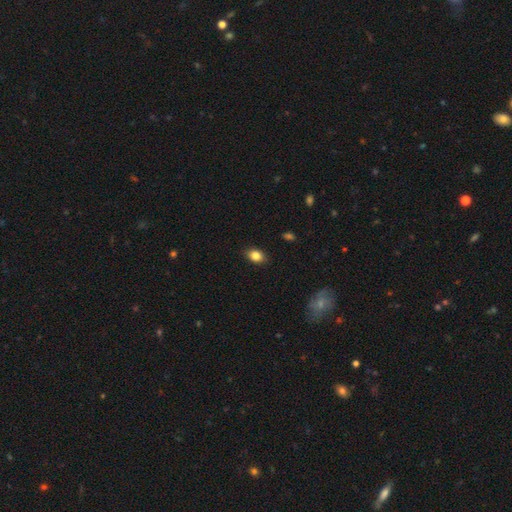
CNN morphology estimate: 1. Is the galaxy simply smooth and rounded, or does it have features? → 85% smooth, 9% star or artifact, 6% featured or disk.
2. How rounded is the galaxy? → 72% in between, 26% round, 1% cigar-shaped.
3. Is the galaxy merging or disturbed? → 87% none, 10% minor disturbance, 2% major disturbance, 1% merger.